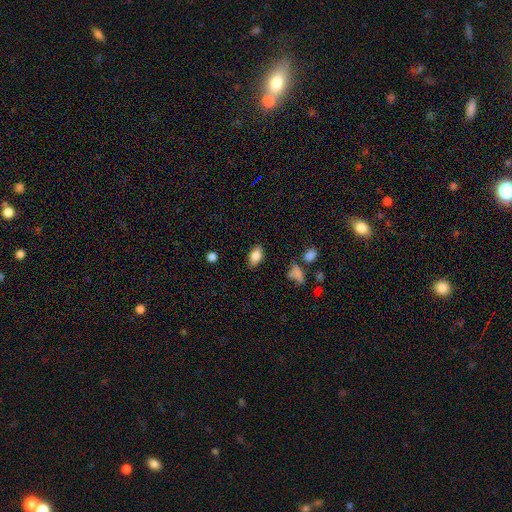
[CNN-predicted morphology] Overall: smooth (82%). How rounded: in between (89%). Merging: none (82%).